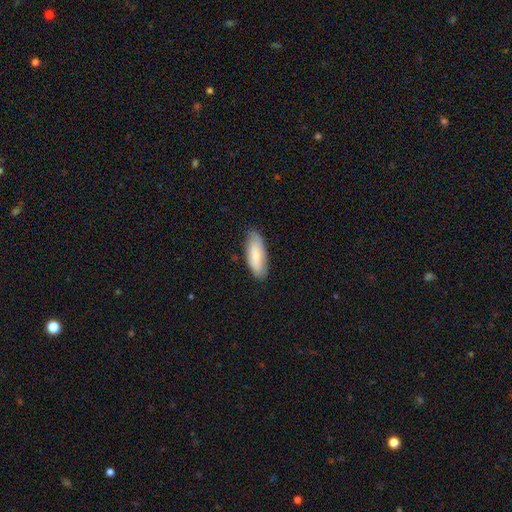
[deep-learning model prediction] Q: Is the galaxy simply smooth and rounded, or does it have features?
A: smooth — 78%.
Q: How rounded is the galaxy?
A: in between — 70%.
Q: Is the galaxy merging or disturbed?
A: none — 83%.